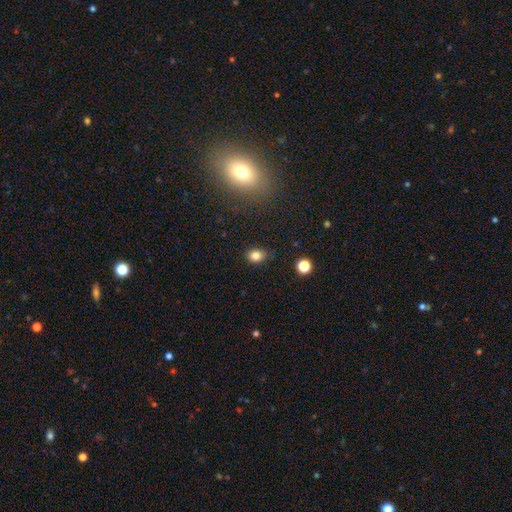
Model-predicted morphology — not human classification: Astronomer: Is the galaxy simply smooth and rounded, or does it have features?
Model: smooth — 83%.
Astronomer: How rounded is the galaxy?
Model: in between — 65%.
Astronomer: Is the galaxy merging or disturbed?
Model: none — 79%.